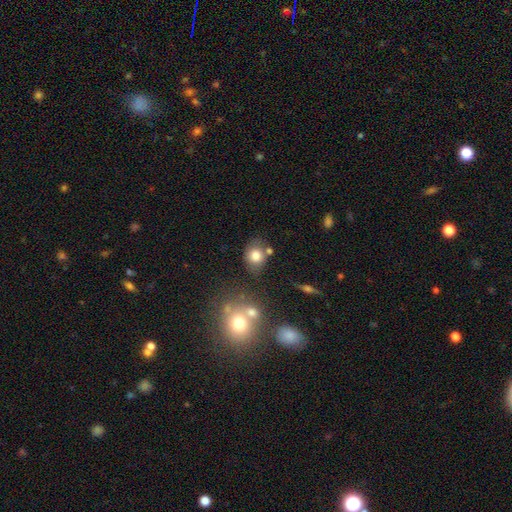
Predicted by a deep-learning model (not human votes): smooth_or_featured: smooth (p=0.78) [alt: star or artifact p=0.12]
how_rounded: round (p=0.66) [alt: in between p=0.33]
merging: none (p=0.64) [alt: minor disturbance p=0.17]